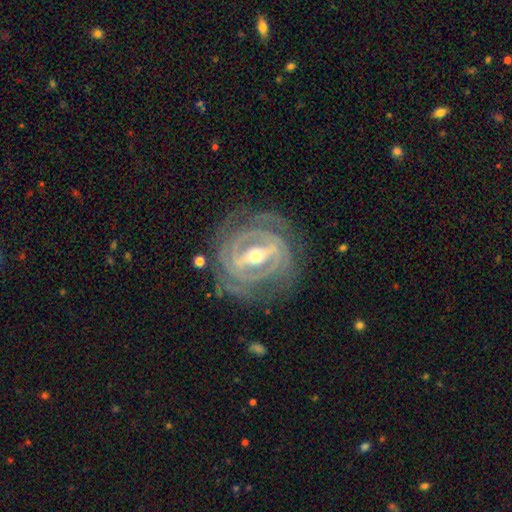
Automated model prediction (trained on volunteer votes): Smooth or featured? Predicted: featured or disk (p=0.91). Edge-on disk? Predicted: no (p=0.92). Bar? Predicted: strong (p=0.77). Spiral arms? Predicted: yes (p=0.91). Spiral winding? Predicted: tight (p=0.77). Spiral arm count? Predicted: 2 (p=0.30). Bulge size? Predicted: moderate (p=0.59). Merging? Predicted: none (p=0.78).